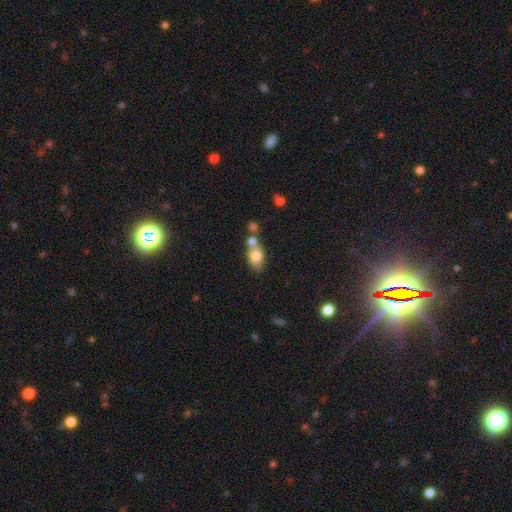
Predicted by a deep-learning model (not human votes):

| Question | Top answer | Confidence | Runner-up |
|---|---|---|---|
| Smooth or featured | smooth | 76% | featured or disk (16%) |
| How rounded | in between | 76% | round (20%) |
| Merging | none | 42% | merger (41%) |